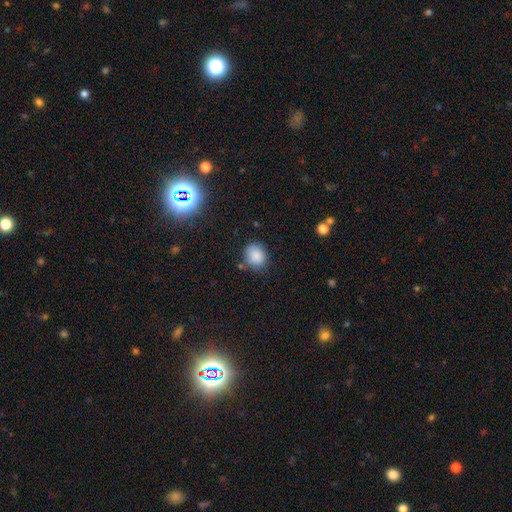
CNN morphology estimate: Overall: smooth (86%). How rounded: round (63%; in between 36%). Merging: none (75%).